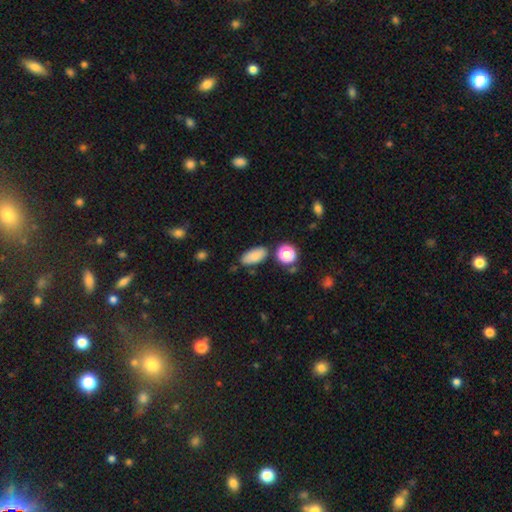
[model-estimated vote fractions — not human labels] Smooth or featured? smooth (84%)
How rounded? in between (88%)
Merging? none (75%)